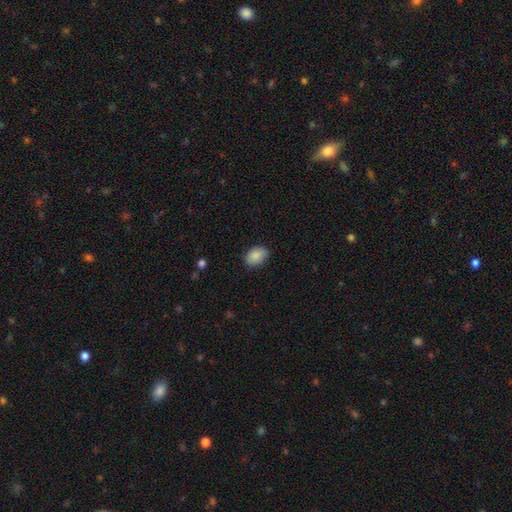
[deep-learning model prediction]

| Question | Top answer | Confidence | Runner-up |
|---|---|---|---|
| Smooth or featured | smooth | 89% | star or artifact (7%) |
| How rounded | in between | 81% | round (18%) |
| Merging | none | 83% | minor disturbance (13%) |